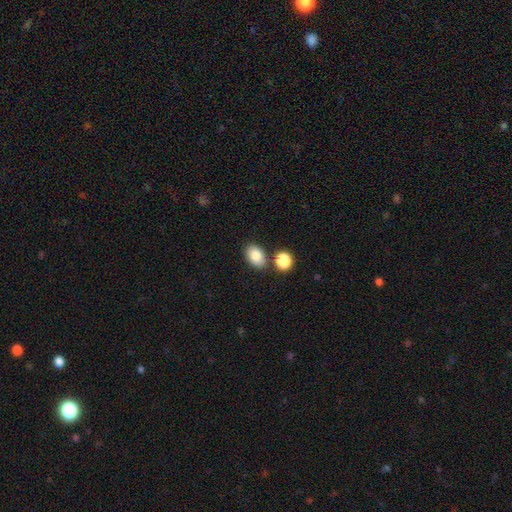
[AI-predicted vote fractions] Smooth or featured: smooth — 83% (star or artifact — 9%)
How rounded: in between — 82% (round — 16%)
Merging: none — 78% (minor disturbance — 10%)